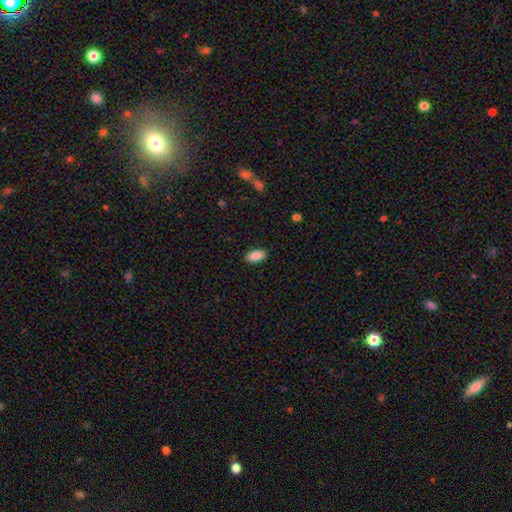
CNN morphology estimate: A smooth galaxy with no disk features (87%) that is in between round and cigar-shaped (92%).

Vote fractions:
- Smooth or featured? smooth: 87% / star or artifact: 7% / featured or disk: 6%
- How rounded? in between: 92% / cigar-shaped: 5% / round: 3%
- Merging? none: 89% / minor disturbance: 8% / major disturbance: 2% / merger: 1%